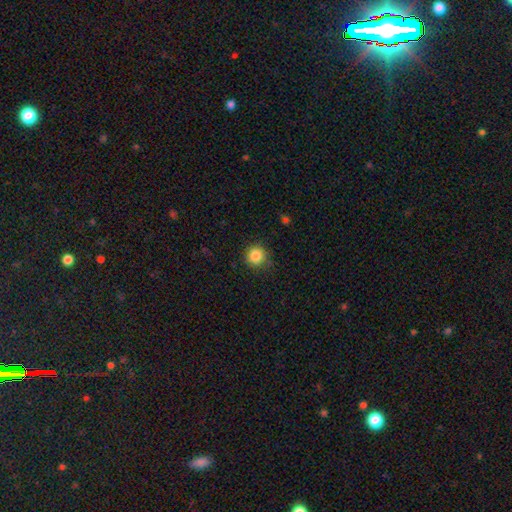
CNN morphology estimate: Smooth or featured? Predicted: smooth (p=0.85). How rounded? Predicted: round (p=0.94). Merging? Predicted: none (p=0.86).